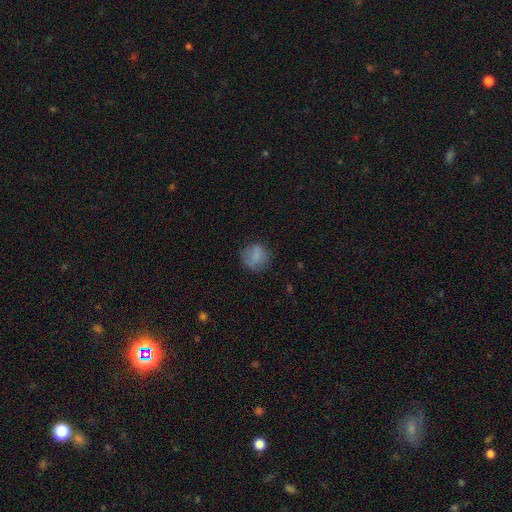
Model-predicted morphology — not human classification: Smooth or featured?
  - smooth: 78% *
  - featured or disk: 12%
  - star or artifact: 10%
How rounded?
  - round: 81% *
  - in between: 18%
  - cigar-shaped: 1%
Merging?
  - none: 69% *
  - minor disturbance: 20%
  - major disturbance: 9%
  - merger: 2%